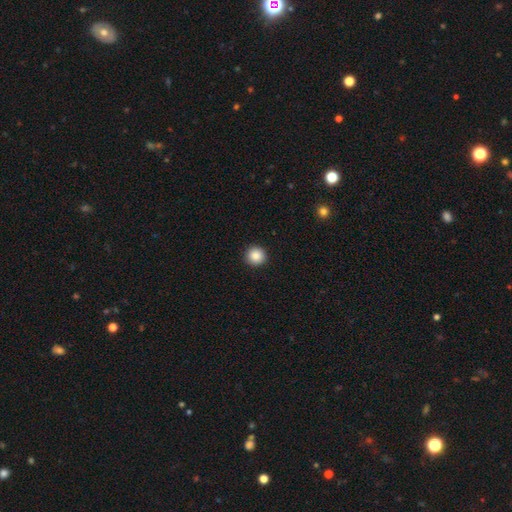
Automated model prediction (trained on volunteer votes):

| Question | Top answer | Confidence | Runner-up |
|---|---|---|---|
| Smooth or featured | smooth | 88% | star or artifact (9%) |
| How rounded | round | 95% | in between (4%) |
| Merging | none | 93% | minor disturbance (5%) |